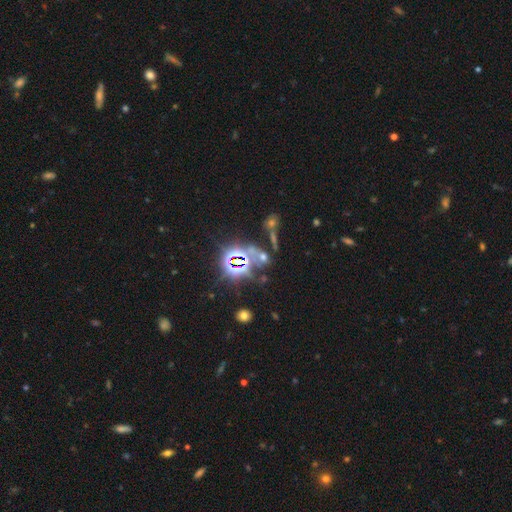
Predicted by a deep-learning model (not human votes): smooth-or-featured: star or artifact: 69% | smooth: 19% | featured or disk: 13%